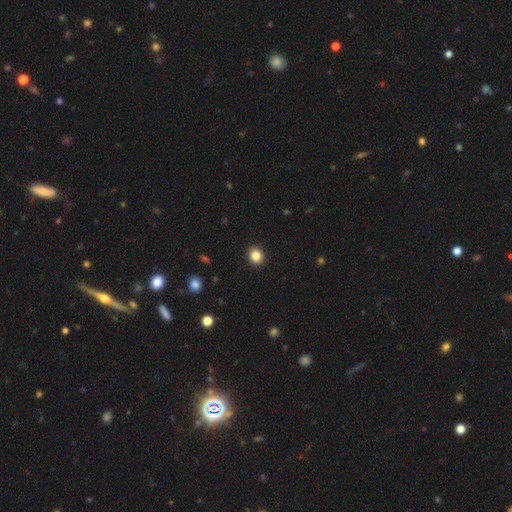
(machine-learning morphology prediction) type=smooth (86%); roundness=round (69%); merging=none (92%).